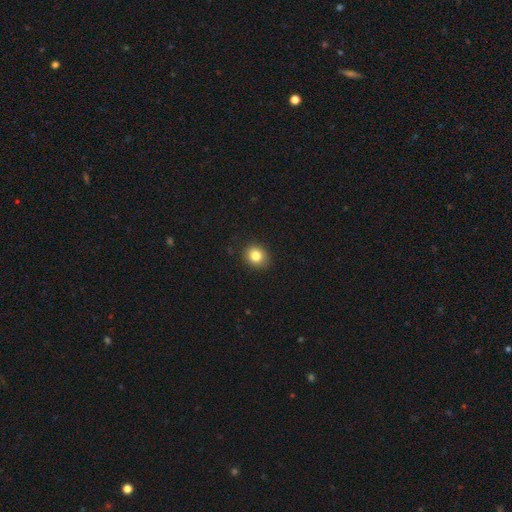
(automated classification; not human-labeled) smooth 82%, star or artifact 11%, featured or disk 8%. Down the decision tree: how rounded — round (72%); merging — none (89%).